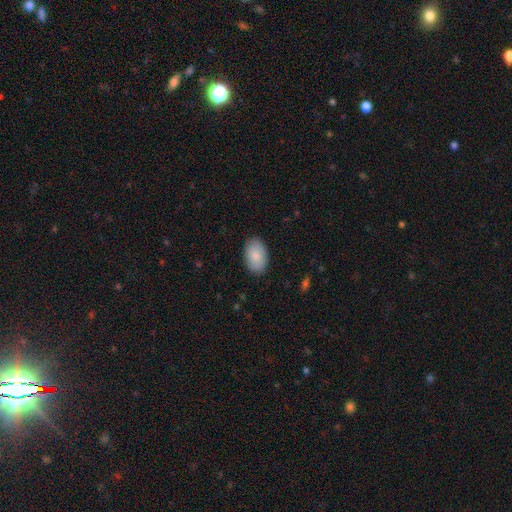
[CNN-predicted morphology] smooth_or_featured: smooth (p=0.87) [alt: featured or disk p=0.08]
how_rounded: in between (p=0.92) [alt: round p=0.07]
merging: none (p=0.87) [alt: minor disturbance p=0.10]